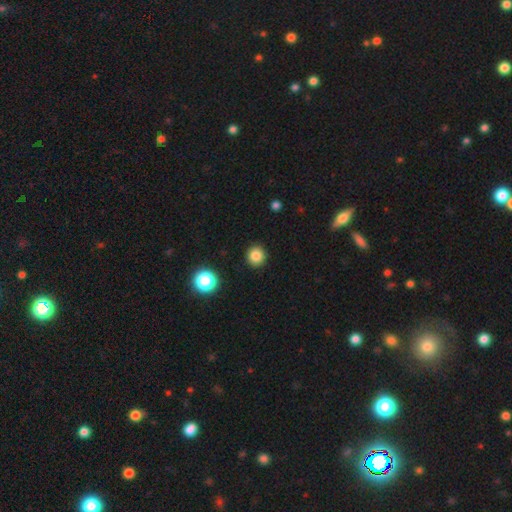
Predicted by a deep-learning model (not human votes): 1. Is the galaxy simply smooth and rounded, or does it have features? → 83% smooth, 12% star or artifact, 5% featured or disk.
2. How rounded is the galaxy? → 92% round, 7% in between, 1% cigar-shaped.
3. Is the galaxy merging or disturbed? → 92% none, 5% minor disturbance, 2% major disturbance, 1% merger.